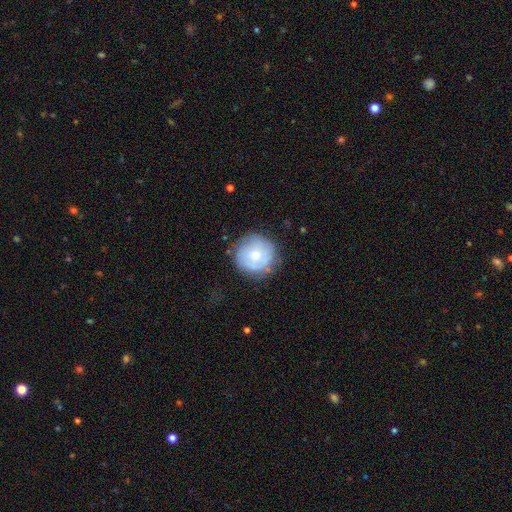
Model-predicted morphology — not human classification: Smooth or featured: smooth — 59% (featured or disk — 34%)
How rounded: round — 94% (in between — 5%)
Merging: none — 75% (minor disturbance — 18%)